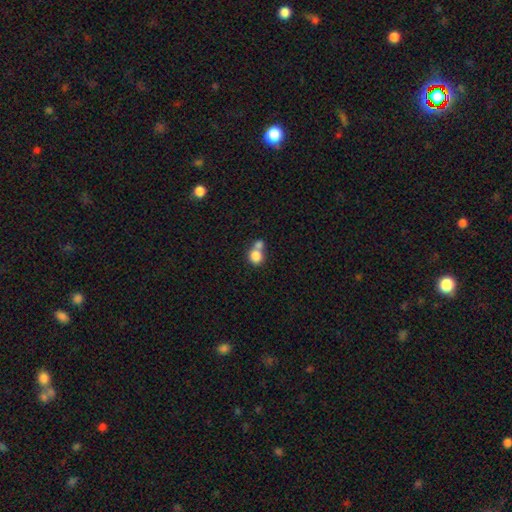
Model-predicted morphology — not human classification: smooth 81%, featured or disk 10%, star or artifact 9%. Down the decision tree: how rounded — round (81%); merging — merger (57%).